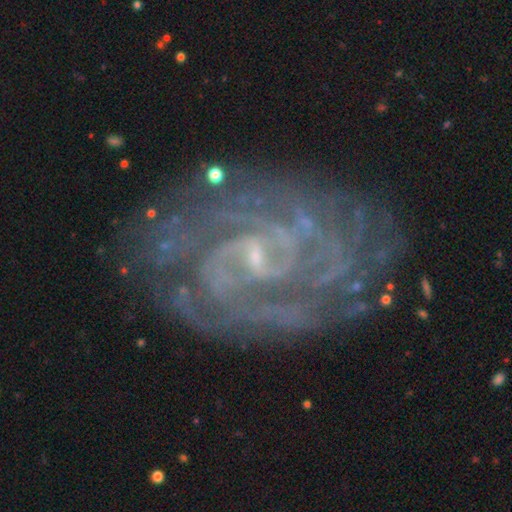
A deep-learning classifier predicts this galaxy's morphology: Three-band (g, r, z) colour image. It shows a featured or disk galaxy (82%) with a weak bar (45%), tight (67%) spiral arms (92%) and a small central bulge (75%). Merging: none (78%).